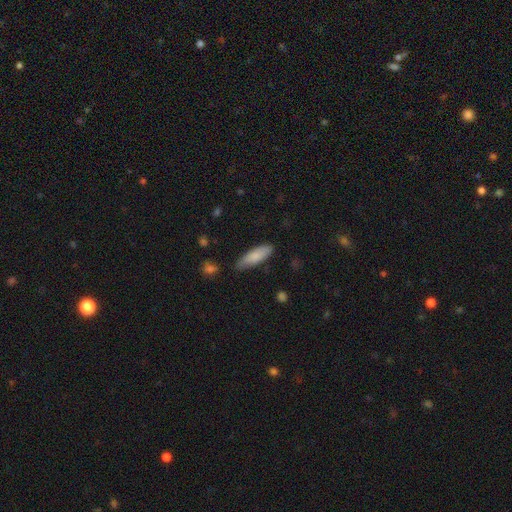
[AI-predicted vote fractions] Smooth or featured? Predicted: smooth (p=0.83). How rounded? Predicted: in between (p=0.52). Merging? Predicted: none (p=0.73).